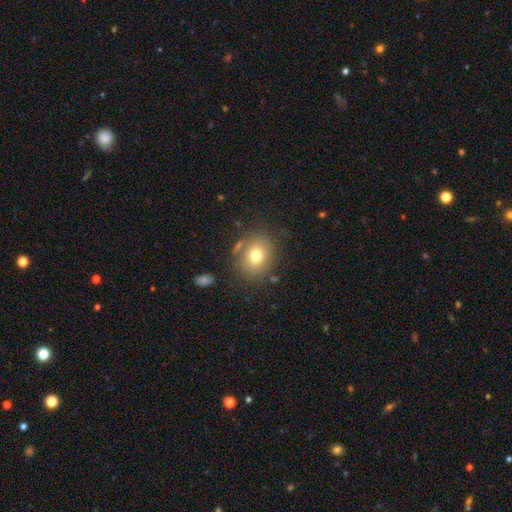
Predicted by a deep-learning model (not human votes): This is likely a smooth galaxy (74%). How rounded: possibly round (56%). Merging: likely none (77%).